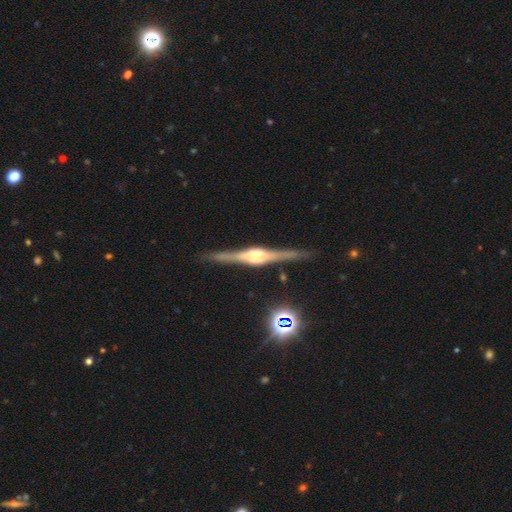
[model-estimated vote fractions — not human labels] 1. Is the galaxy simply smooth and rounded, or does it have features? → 86% featured or disk, 8% smooth, 6% star or artifact.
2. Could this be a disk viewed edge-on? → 98% yes, 2% no.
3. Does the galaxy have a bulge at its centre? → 73% rounded, 24% boxy, 3% none.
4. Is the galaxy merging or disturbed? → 87% none, 10% minor disturbance, 2% major disturbance, 2% merger.